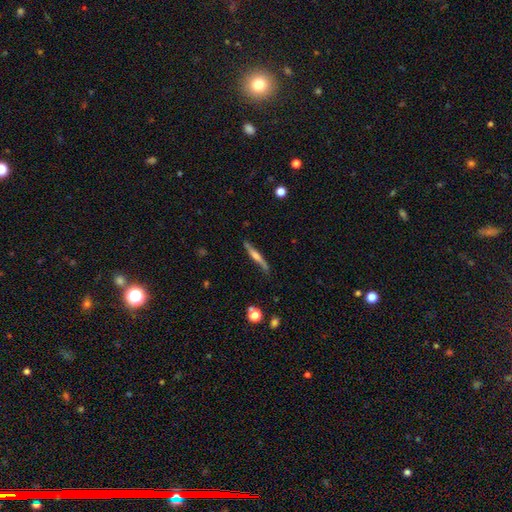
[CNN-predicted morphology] Smooth or featured?
  - featured or disk: 64% *
  - smooth: 29%
  - star or artifact: 6%
Edge-on disk?
  - yes: 95% *
  - no: 5%
Edge-on bulge?
  - rounded: 71% *
  - none: 15%
  - boxy: 14%
Merging?
  - none: 82% *
  - minor disturbance: 14%
  - major disturbance: 3%
  - merger: 2%